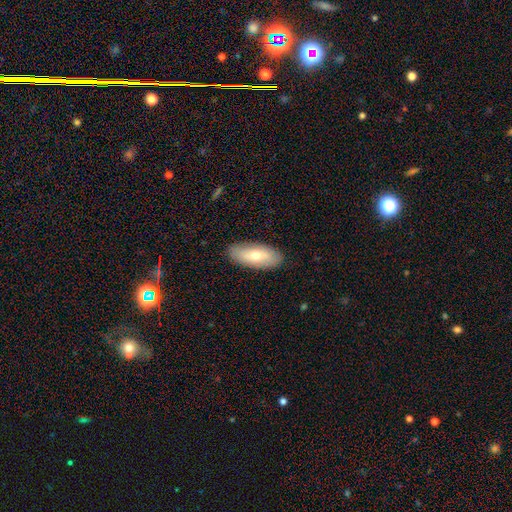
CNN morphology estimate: The model was most divided on "smooth or featured": smooth: 64%, featured or disk: 30%, star or artifact: 6%. More confident: merging — none (88%); how rounded — in between (83%).